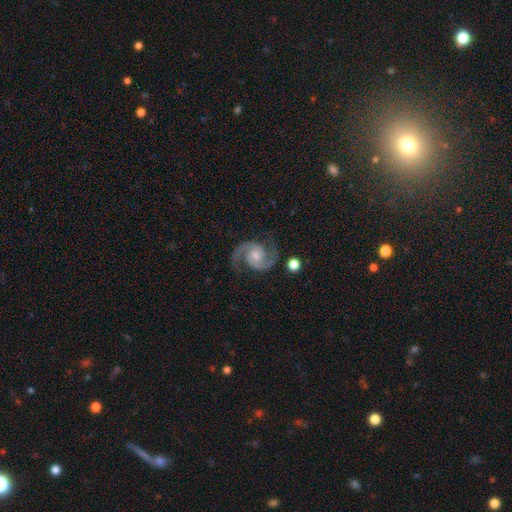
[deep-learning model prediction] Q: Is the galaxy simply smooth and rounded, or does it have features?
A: featured or disk — 93%.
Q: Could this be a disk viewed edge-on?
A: no — 98%.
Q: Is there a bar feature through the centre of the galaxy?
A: no — 62%.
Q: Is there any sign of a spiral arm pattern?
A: yes — 99%.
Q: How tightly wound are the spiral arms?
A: medium — 64%.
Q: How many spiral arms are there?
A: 2 — 95%.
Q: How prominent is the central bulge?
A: small — 46%.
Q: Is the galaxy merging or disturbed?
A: none — 82%.